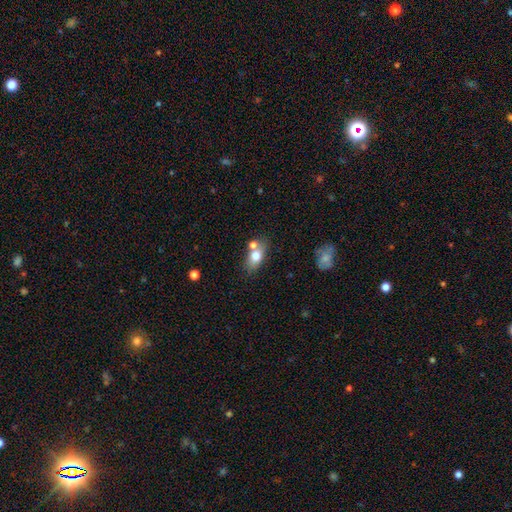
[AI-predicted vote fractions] This is likely a smooth galaxy (73%). How rounded: likely in between (79%). Merging: possibly none (56%).